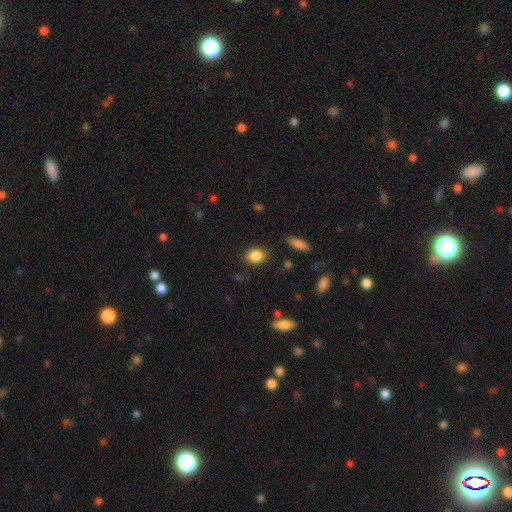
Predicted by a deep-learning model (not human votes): This appears to be a smooth galaxy with no disk features (86%) that is round (55%). Merging: none (85%).